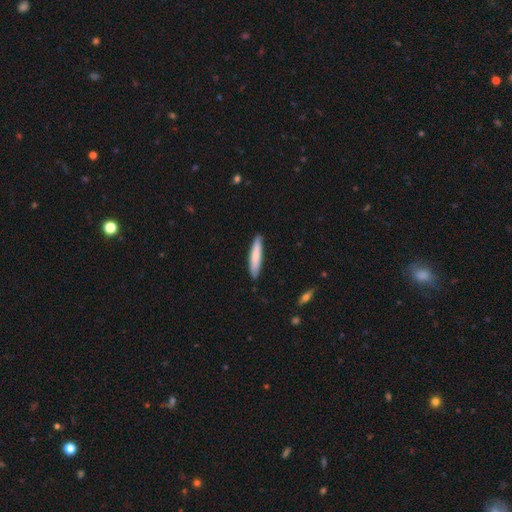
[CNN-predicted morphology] smooth_or_featured: smooth (p=0.78) [alt: featured or disk p=0.17]
how_rounded: cigar-shaped (p=0.89) [alt: in between p=0.10]
merging: none (p=0.89) [alt: minor disturbance p=0.08]